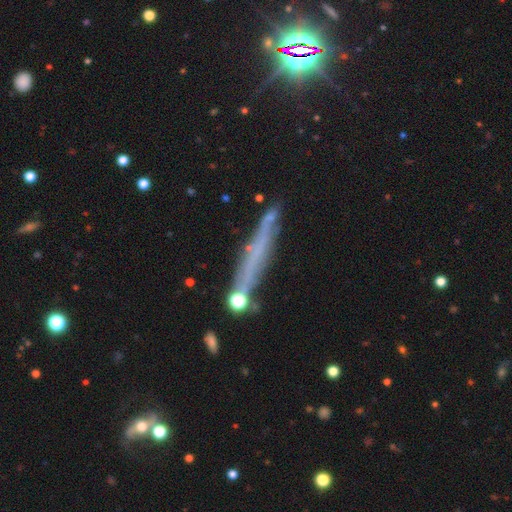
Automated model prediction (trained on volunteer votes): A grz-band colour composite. It shows a featured or disk galaxy (48%). Merging: none (71%).